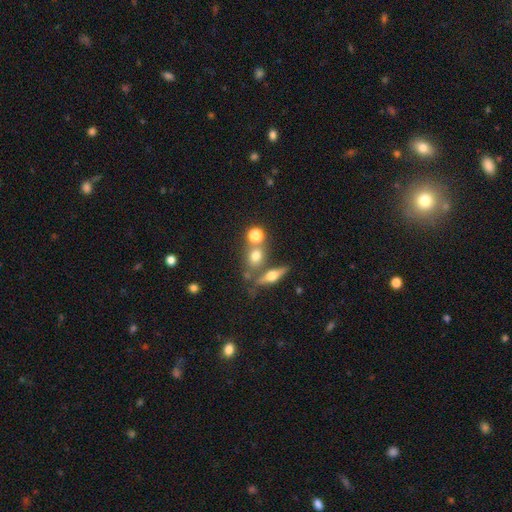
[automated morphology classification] A smooth galaxy with no disk features (64%) that is round (57%).

Vote fractions:
- Smooth or featured? smooth: 64% / featured or disk: 22% / star or artifact: 14%
- How rounded? round: 57% / in between: 36% / cigar-shaped: 6%
- Merging? none: 53% / merger: 32% / minor disturbance: 11% / major disturbance: 5%